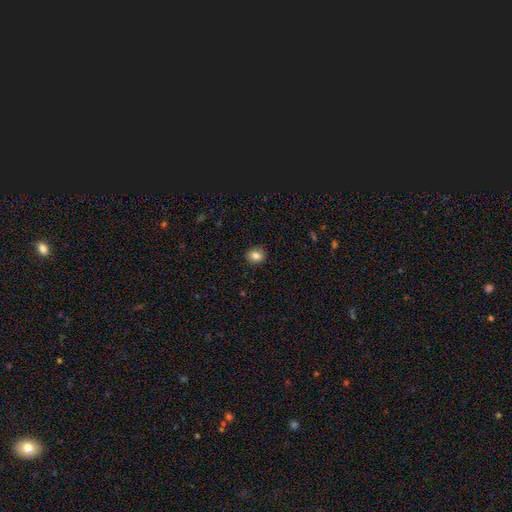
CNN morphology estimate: Smooth or featured? Predicted: smooth (p=0.83). How rounded? Predicted: round (p=0.65). Merging? Predicted: none (p=0.88).